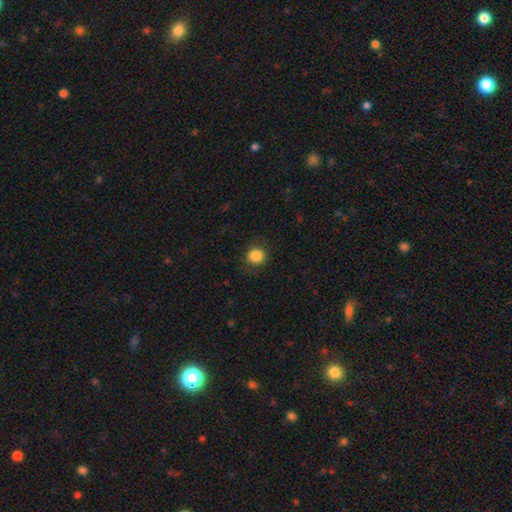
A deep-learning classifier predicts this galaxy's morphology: Smooth or featured? Predicted: smooth (p=0.86). How rounded? Predicted: round (p=0.89). Merging? Predicted: none (p=0.84).